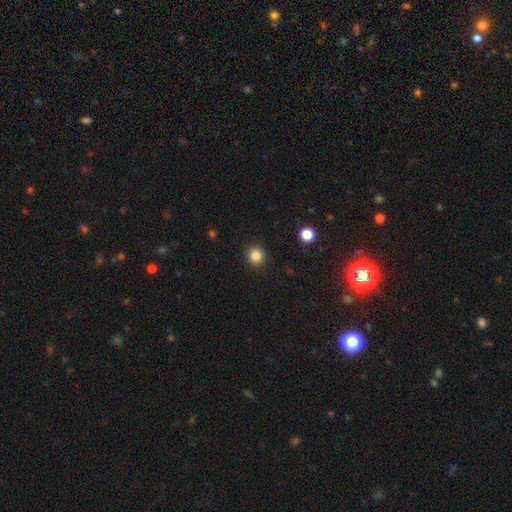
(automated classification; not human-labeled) smooth 84%, star or artifact 11%, featured or disk 5%. Down the decision tree: how rounded — round (90%); merging — none (92%).